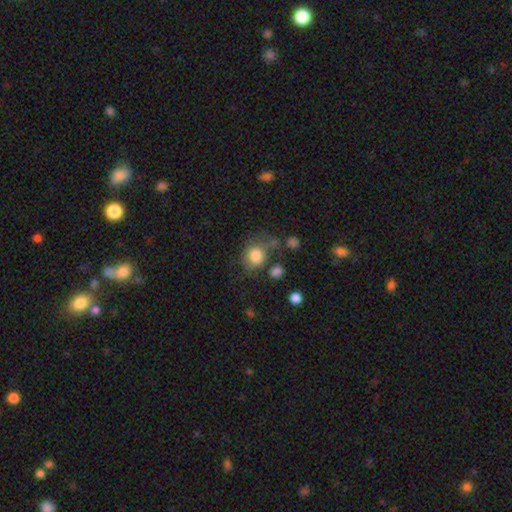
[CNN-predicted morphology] Overall: smooth (80%). How rounded: round (65%; in between 34%). Merging: none (49%; minor disturbance 24%).